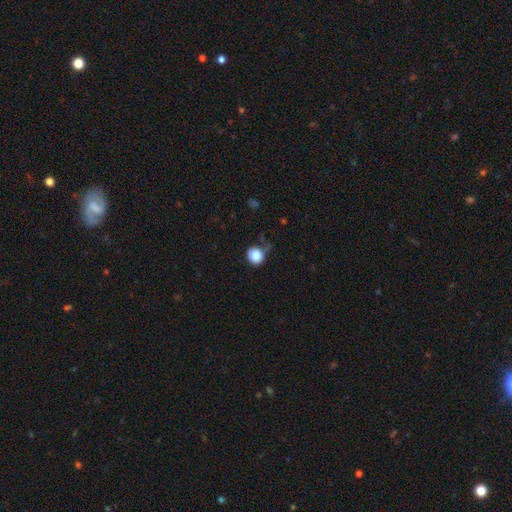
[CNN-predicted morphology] smooth_or_featured: smooth (p=0.84) [alt: star or artifact p=0.09]
how_rounded: round (p=0.87) [alt: in between p=0.12]
merging: none (p=0.64) [alt: minor disturbance p=0.24]